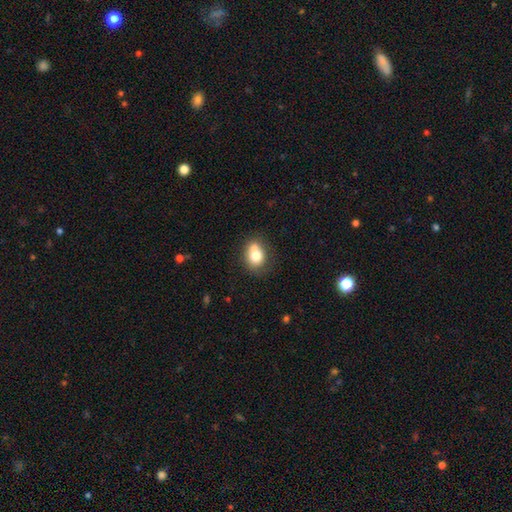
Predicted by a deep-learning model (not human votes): Morphology: type=smooth (73%); roundness=round (57%); merging=none (43%).